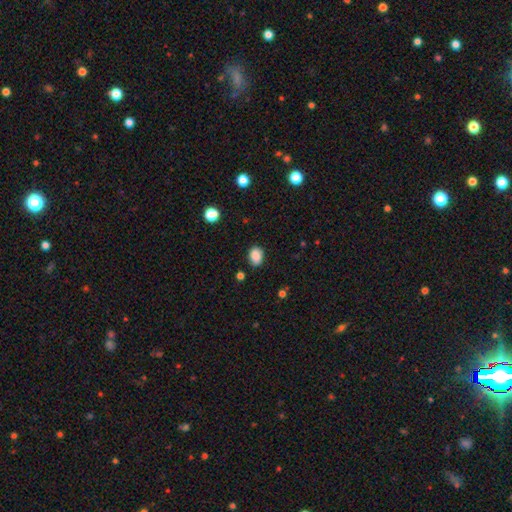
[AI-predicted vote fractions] A smooth galaxy with no disk features (86%) that is in between round and cigar-shaped (72%). Merging: none (79%).